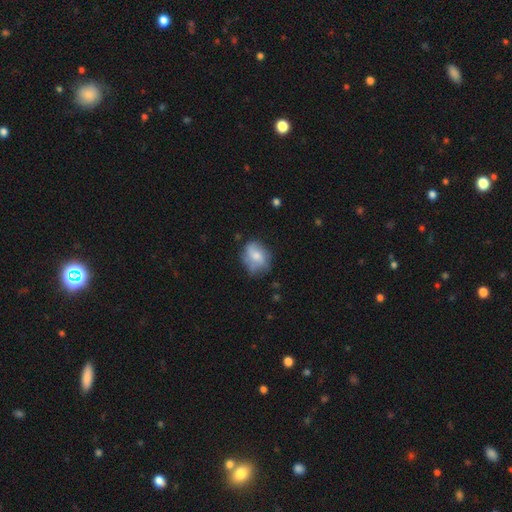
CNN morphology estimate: Smooth or featured: smooth — 52% (featured or disk — 40%)
How rounded: in between — 50% (round — 48%)
Merging: none — 58% (minor disturbance — 28%)